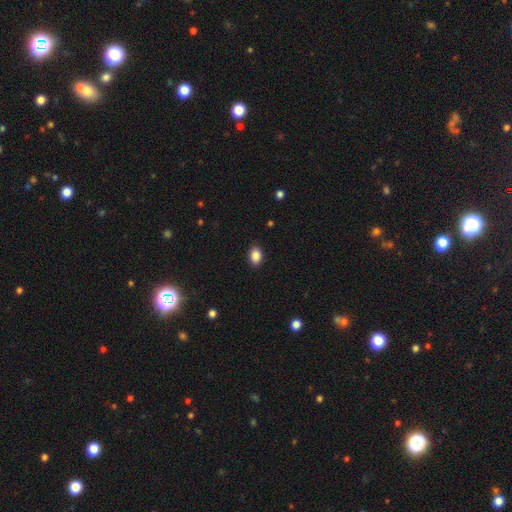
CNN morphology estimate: This appears to be a smooth galaxy with no disk features (87%) that is in between round and cigar-shaped (80%). Merging: none (89%).